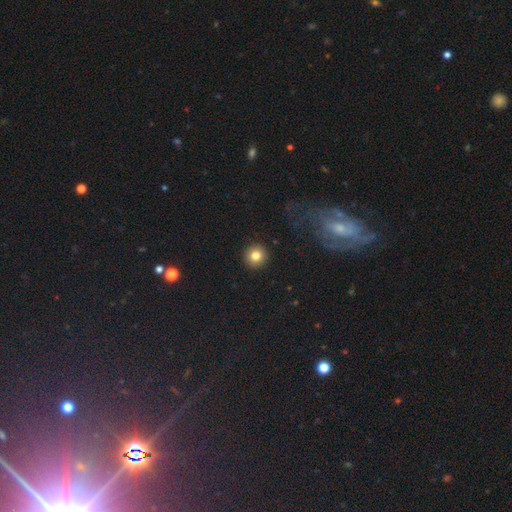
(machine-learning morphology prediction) Smooth or featured?
  - smooth: 82% *
  - star or artifact: 11%
  - featured or disk: 7%
How rounded?
  - round: 96% *
  - in between: 3%
  - cigar-shaped: 1%
Merging?
  - none: 93% *
  - minor disturbance: 4%
  - major disturbance: 2%
  - merger: 1%